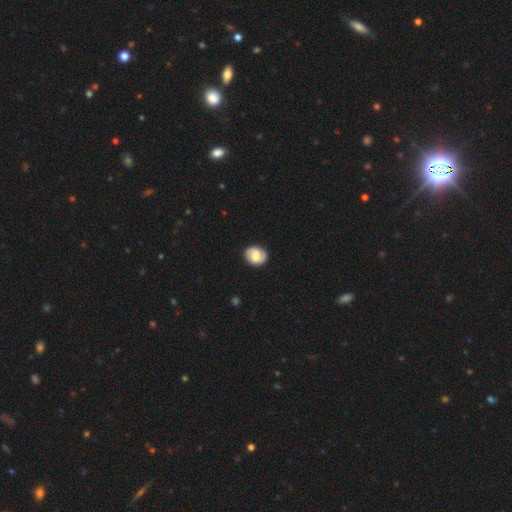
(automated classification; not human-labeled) Smooth or featured? Predicted: featured or disk (p=0.48). Merging? Predicted: none (p=0.85).